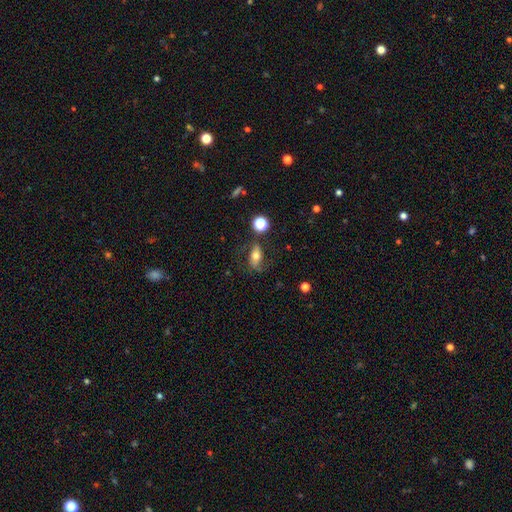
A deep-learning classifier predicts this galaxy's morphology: smooth 55%, featured or disk 33%, star or artifact 11%. Down the decision tree: how rounded — in between (80%); merging — none (60%).